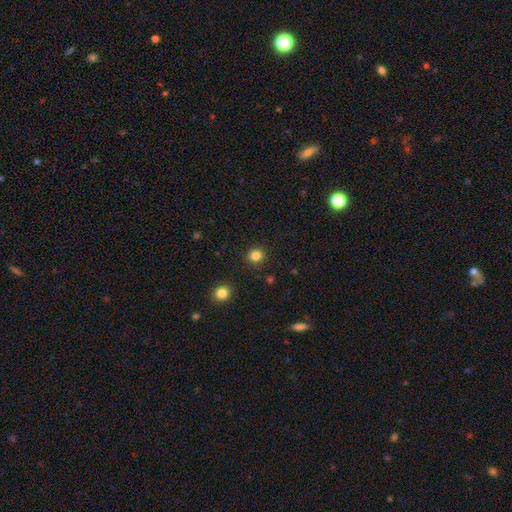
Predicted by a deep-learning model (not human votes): A smooth galaxy with no disk features (84%) that is round (86%).

Vote fractions:
- Smooth or featured? smooth: 84% / star or artifact: 12% / featured or disk: 4%
- How rounded? round: 86% / in between: 13% / cigar-shaped: 1%
- Merging? none: 91% / minor disturbance: 6% / major disturbance: 2% / merger: 1%